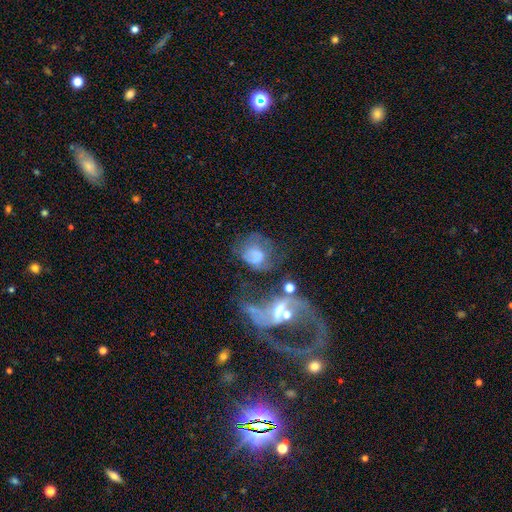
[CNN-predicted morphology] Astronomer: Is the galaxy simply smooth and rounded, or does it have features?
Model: featured or disk — 44% (runner-up: smooth, 42%).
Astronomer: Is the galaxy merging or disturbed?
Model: major disturbance — 33% (runner-up: merger, 27%).